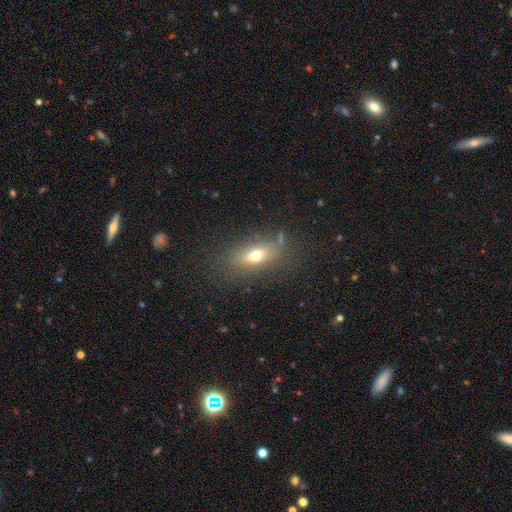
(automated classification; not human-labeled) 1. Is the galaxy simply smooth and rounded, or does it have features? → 63% smooth, 25% featured or disk, 12% star or artifact.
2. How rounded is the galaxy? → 69% in between, 22% cigar-shaped, 9% round.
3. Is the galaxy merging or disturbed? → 76% none, 14% minor disturbance, 7% major disturbance, 3% merger.